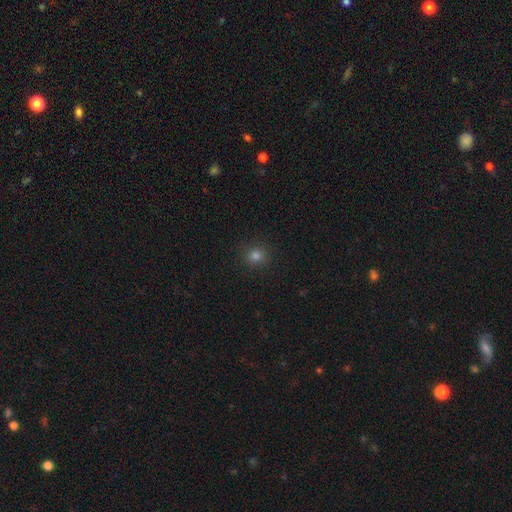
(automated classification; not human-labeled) Smooth or featured?
  - smooth: 78% *
  - star or artifact: 17%
  - featured or disk: 5%
How rounded?
  - round: 89% *
  - in between: 10%
  - cigar-shaped: 1%
Merging?
  - none: 90% *
  - minor disturbance: 7%
  - major disturbance: 2%
  - merger: 1%